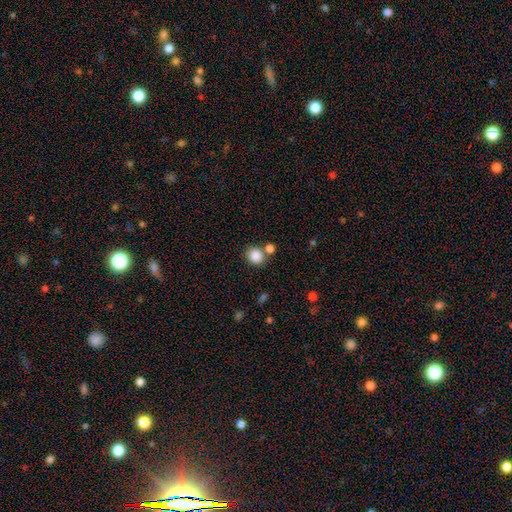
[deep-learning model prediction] Smooth or featured?
  - smooth: 86% *
  - star or artifact: 9%
  - featured or disk: 5%
How rounded?
  - round: 79% *
  - in between: 20%
  - cigar-shaped: 1%
Merging?
  - none: 70% *
  - merger: 17%
  - minor disturbance: 10%
  - major disturbance: 3%